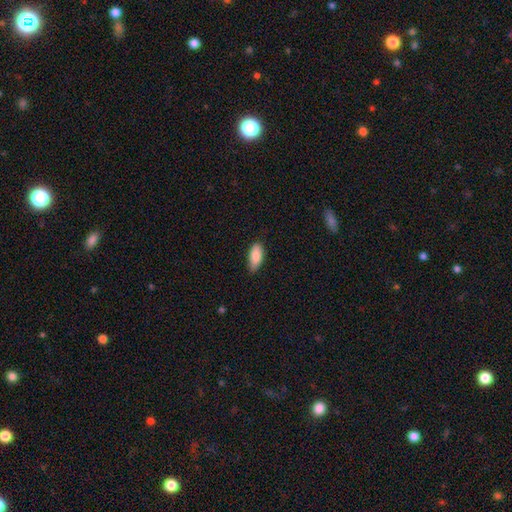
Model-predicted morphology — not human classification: smooth-or-featured: smooth: 87% | featured or disk: 7% | star or artifact: 6%
  how-rounded: in between: 86% | cigar-shaped: 12% | round: 2%
  merging: none: 81% | minor disturbance: 16% | major disturbance: 2% | merger: 1%